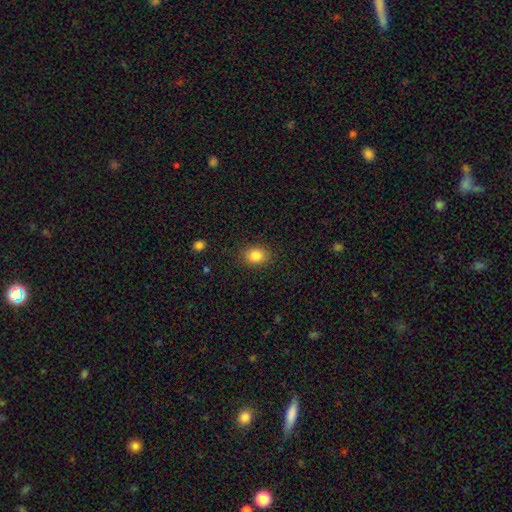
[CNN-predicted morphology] Overall: smooth (84%). How rounded: round (55%; in between 44%). Merging: none (88%).